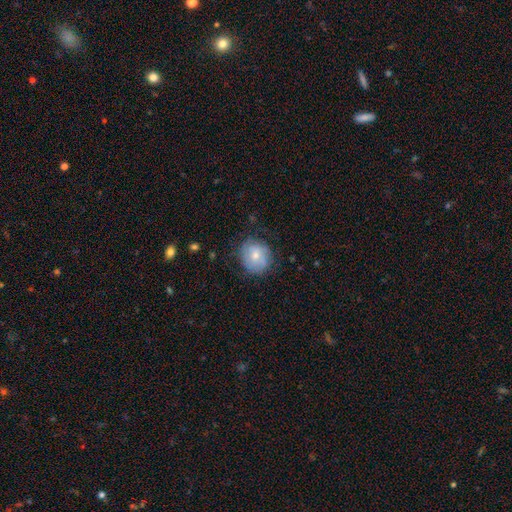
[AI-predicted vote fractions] Smooth or featured? Predicted: smooth (p=0.63). How rounded? Predicted: round (p=0.83). Merging? Predicted: none (p=0.70).